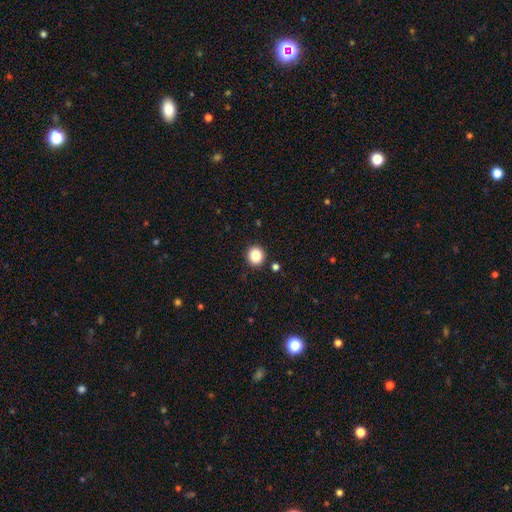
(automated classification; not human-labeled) The model was most divided on "smooth or featured": smooth: 86%, star or artifact: 10%, featured or disk: 4%. More confident: merging — none (90%); how rounded — round (87%).